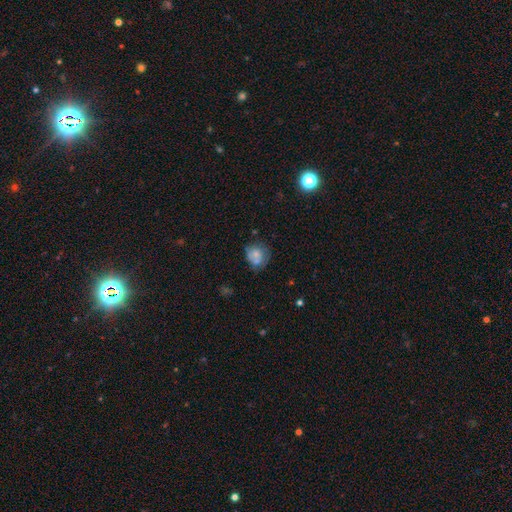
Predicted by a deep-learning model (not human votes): smooth_or_featured: smooth (p=0.61) [alt: featured or disk p=0.28]
how_rounded: round (p=0.74) [alt: in between p=0.25]
merging: none (p=0.50) [alt: minor disturbance p=0.24]